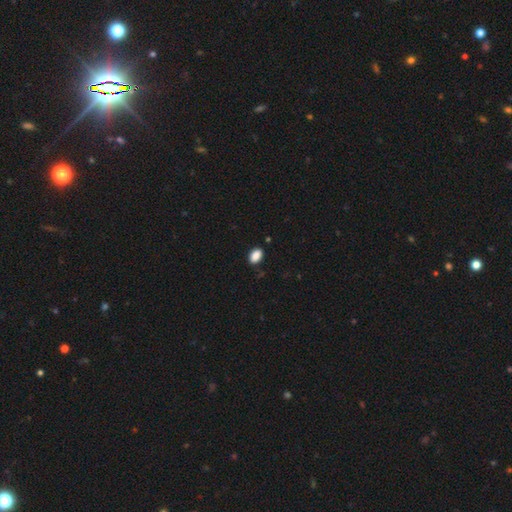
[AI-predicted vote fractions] Smooth or featured? Predicted: smooth (p=0.89). How rounded? Predicted: in between (p=0.89). Merging? Predicted: none (p=0.87).